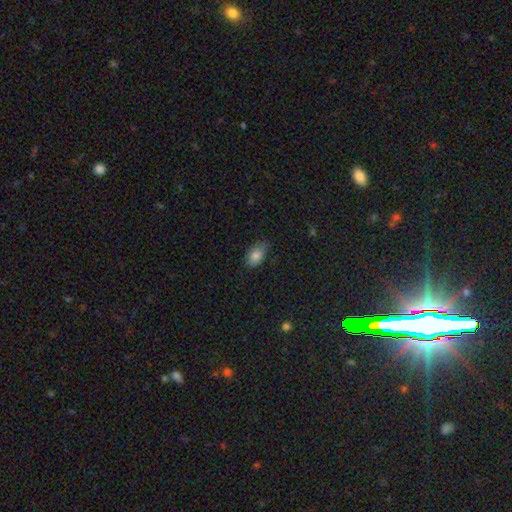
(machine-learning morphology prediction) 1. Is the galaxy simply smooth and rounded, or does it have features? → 83% smooth, 9% star or artifact, 8% featured or disk.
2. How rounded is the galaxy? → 91% in between, 7% round, 2% cigar-shaped.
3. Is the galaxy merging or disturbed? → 71% none, 23% minor disturbance, 4% major disturbance, 1% merger.